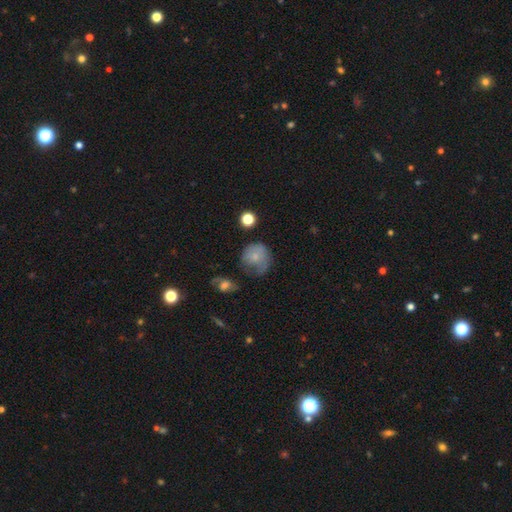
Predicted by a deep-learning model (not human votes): Smooth or featured? Predicted: smooth (p=0.67). How rounded? Predicted: round (p=0.75). Merging? Predicted: none (p=0.38).